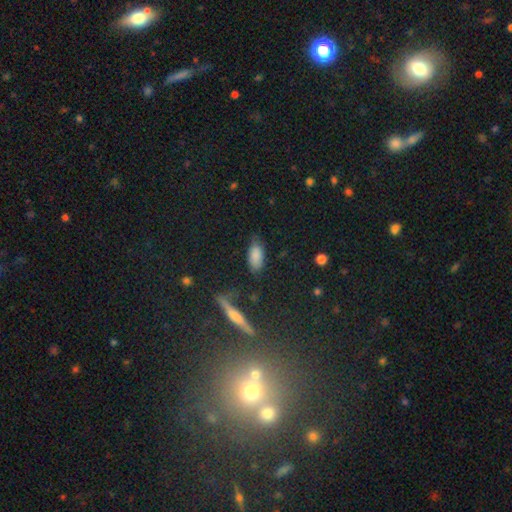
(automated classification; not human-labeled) This is clearly a smooth galaxy (83%). How rounded: clearly in between (89%). Merging: likely none (71%).